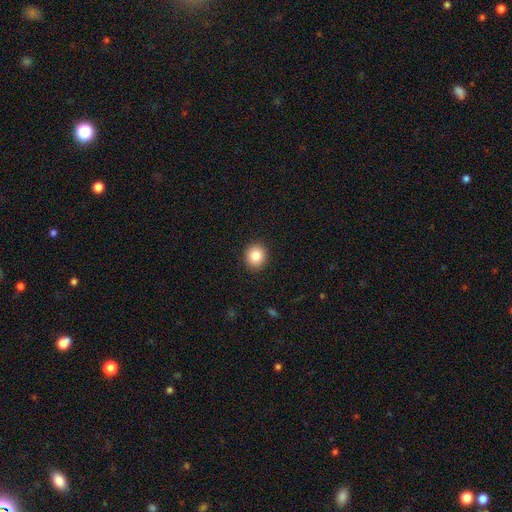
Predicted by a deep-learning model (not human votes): This is clearly a smooth galaxy (85%). How rounded: clearly round (84%). Merging: clearly none (91%).